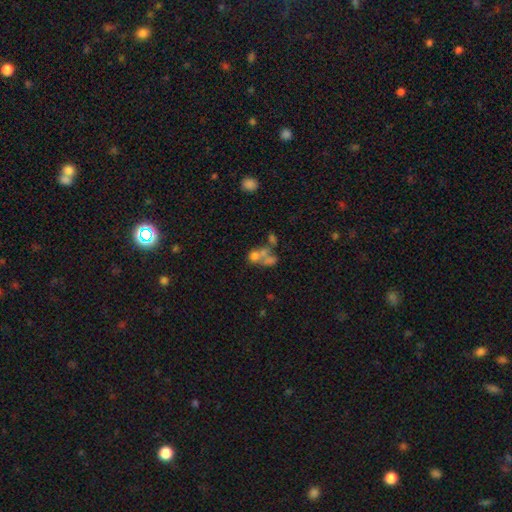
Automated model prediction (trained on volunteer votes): This appears to be a smooth galaxy with no disk features (53%) that is in between round and cigar-shaped (56%). Merging: merger (59%).